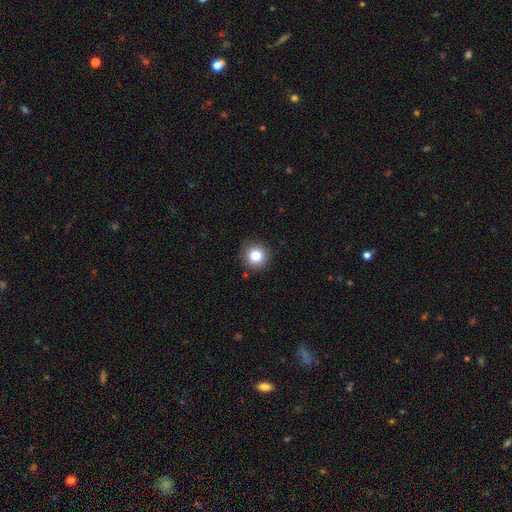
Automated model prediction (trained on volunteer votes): Smooth or featured? Predicted: smooth (p=0.82). How rounded? Predicted: round (p=0.95). Merging? Predicted: none (p=0.89).